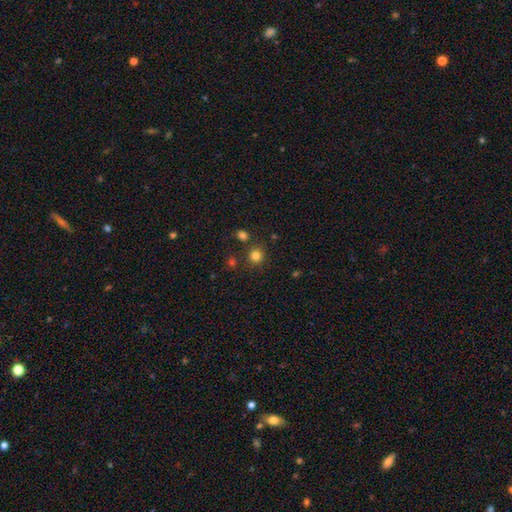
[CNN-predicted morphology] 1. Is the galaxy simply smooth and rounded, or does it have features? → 81% smooth, 15% star or artifact, 5% featured or disk.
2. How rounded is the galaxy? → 90% round, 9% in between, 1% cigar-shaped.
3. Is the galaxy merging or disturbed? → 83% none, 8% minor disturbance, 7% merger, 3% major disturbance.